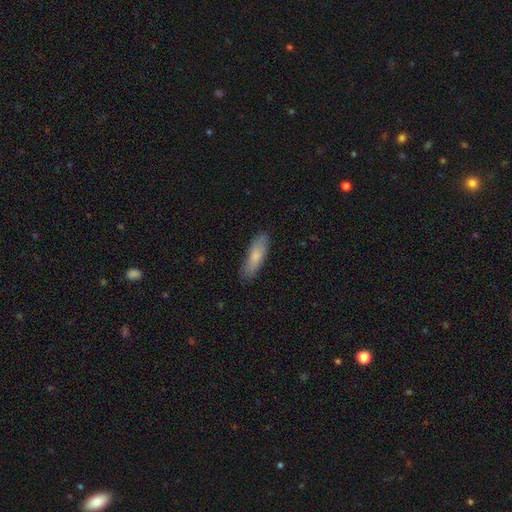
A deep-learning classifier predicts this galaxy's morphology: Smooth or featured? smooth (76%)
How rounded? cigar-shaped (56%)
Merging? none (82%)